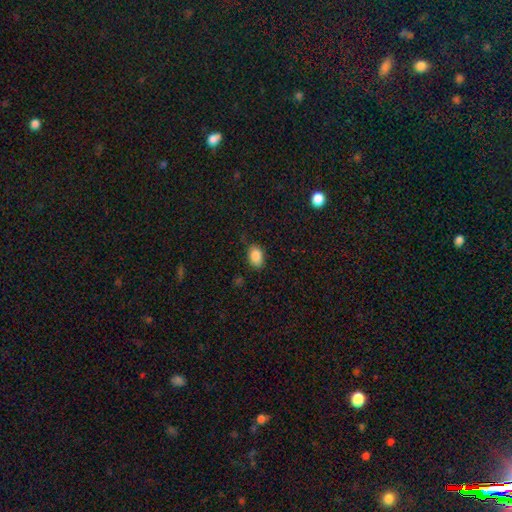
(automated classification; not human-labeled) smooth-or-featured: smooth: 87% | star or artifact: 9% | featured or disk: 5%
  how-rounded: in between: 80% | round: 19% | cigar-shaped: 1%
  merging: none: 77% | minor disturbance: 18% | major disturbance: 4% | merger: 1%